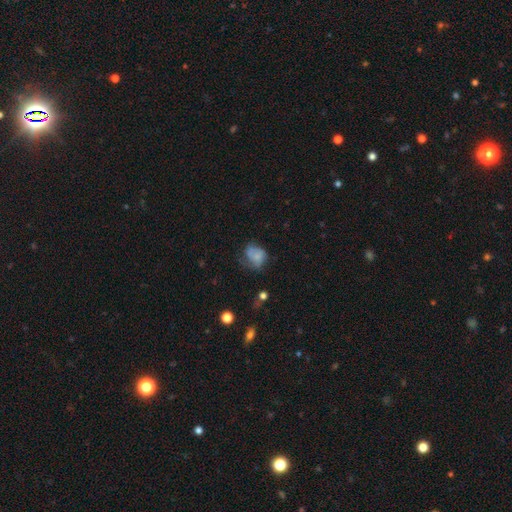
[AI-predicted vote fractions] Morphology: type=smooth (61%); roundness=in between (52%); merging=none (36%).